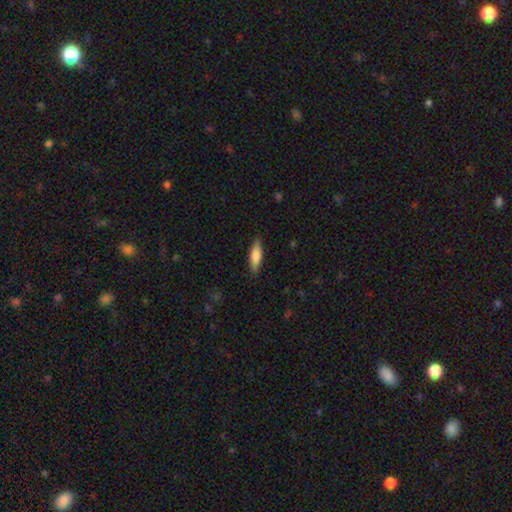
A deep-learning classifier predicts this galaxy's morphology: smooth-or-featured: smooth: 77% | featured or disk: 18% | star or artifact: 6%
  how-rounded: in between: 51% | cigar-shaped: 47% | round: 2%
  merging: none: 87% | minor disturbance: 10% | major disturbance: 2% | merger: 1%